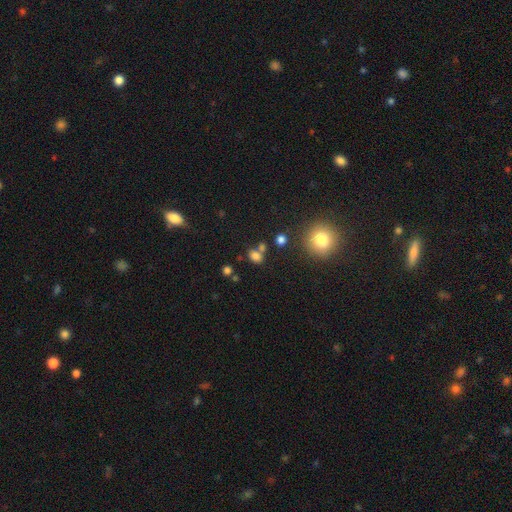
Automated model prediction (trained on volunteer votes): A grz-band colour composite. It shows a smooth galaxy with no disk features (76%) that is in between round and cigar-shaped (55%). Merging: none (58%).